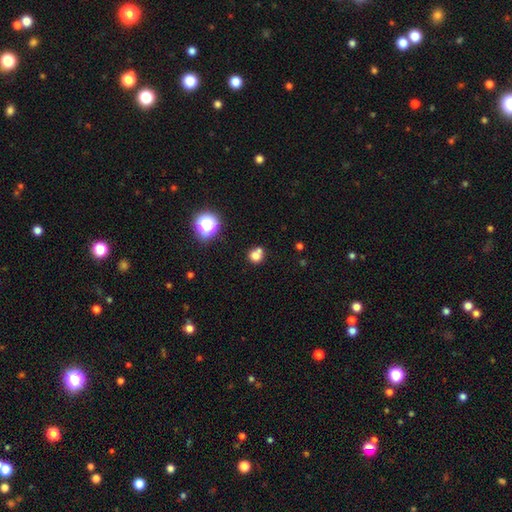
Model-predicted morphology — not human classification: A smooth galaxy with no disk features (74%) that is round (83%).

Vote fractions:
- Smooth or featured? smooth: 74% / star or artifact: 16% / featured or disk: 10%
- How rounded? round: 83% / in between: 16% / cigar-shaped: 1%
- Merging? none: 50% / merger: 36% / minor disturbance: 10% / major disturbance: 4%